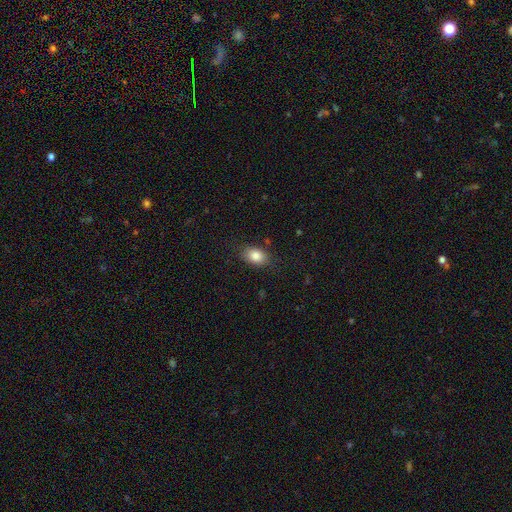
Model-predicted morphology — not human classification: smooth_or_featured: smooth (p=0.84) [alt: star or artifact p=0.08]
how_rounded: in between (p=0.81) [alt: round p=0.18]
merging: none (p=0.82) [alt: minor disturbance p=0.13]